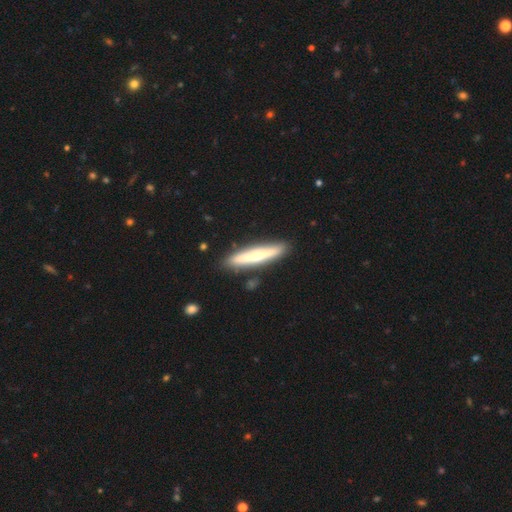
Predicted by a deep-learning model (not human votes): Smooth or featured? featured or disk (49%)
Merging? none (88%)